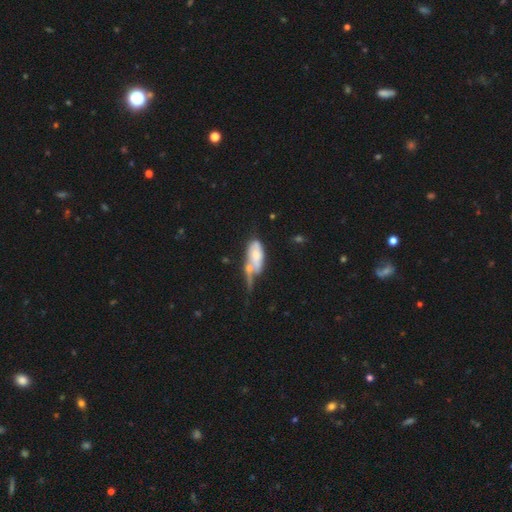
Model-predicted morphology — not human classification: type=smooth (58%); roundness=in between (80%); merging=merger (35%).